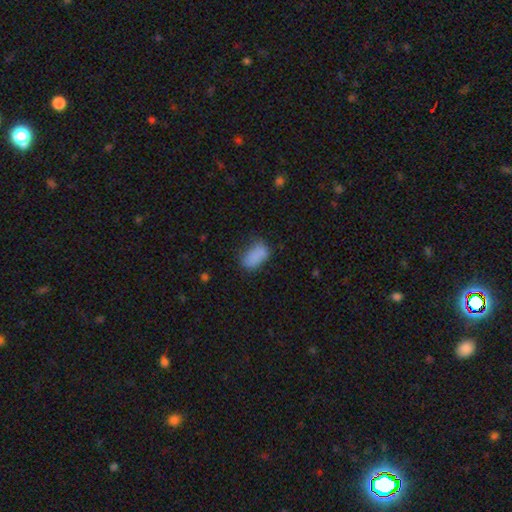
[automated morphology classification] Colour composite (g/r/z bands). It shows a smooth galaxy with no disk features (80%) that is in between round and cigar-shaped (91%). Merging: none (49%).